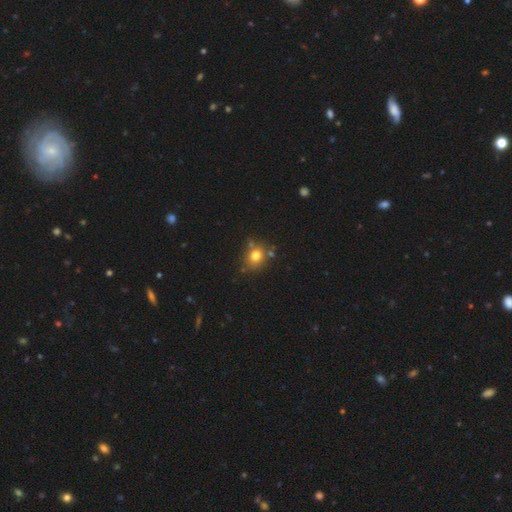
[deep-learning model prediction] A smooth galaxy with no disk features (76%) that is round (73%).

Vote fractions:
- Smooth or featured? smooth: 76% / star or artifact: 14% / featured or disk: 10%
- How rounded? round: 73% / in between: 26% / cigar-shaped: 1%
- Merging? none: 71% / minor disturbance: 15% / merger: 10% / major disturbance: 4%